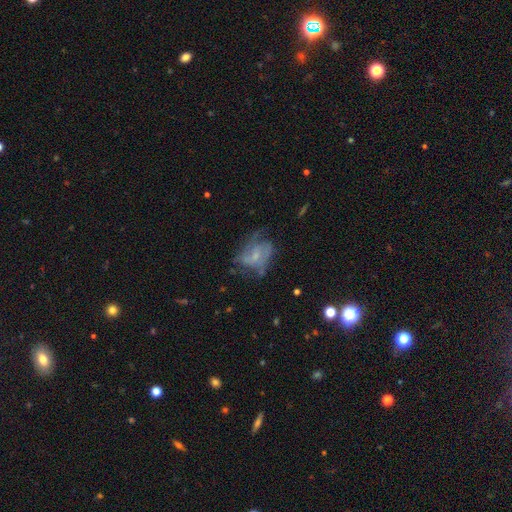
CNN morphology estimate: smooth_or_featured: featured or disk (p=0.67) [alt: smooth p=0.24]
disk_edge_on: no (p=0.97) [alt: yes p=0.03]
bar: no (p=0.53) [alt: weak p=0.40]
has_spiral_arms: yes (p=0.74) [alt: no p=0.26]
bulge_size: small (p=0.60) [alt: moderate p=0.23]
merging: none (p=0.43) [alt: major disturbance p=0.28]